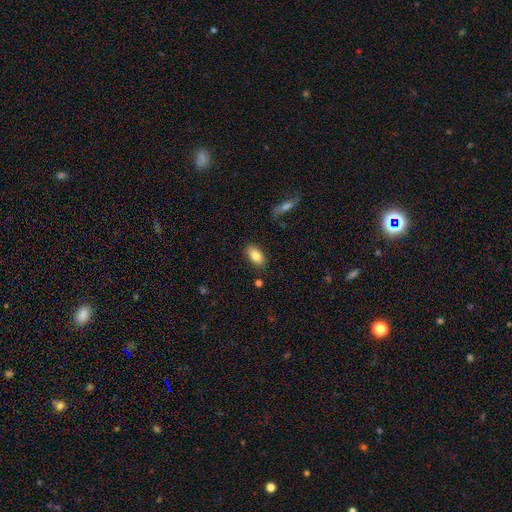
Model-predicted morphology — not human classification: smooth_or_featured: smooth (p=0.84) [alt: featured or disk p=0.09]
how_rounded: in between (p=0.92) [alt: cigar-shaped p=0.05]
merging: none (p=0.84) [alt: minor disturbance p=0.11]